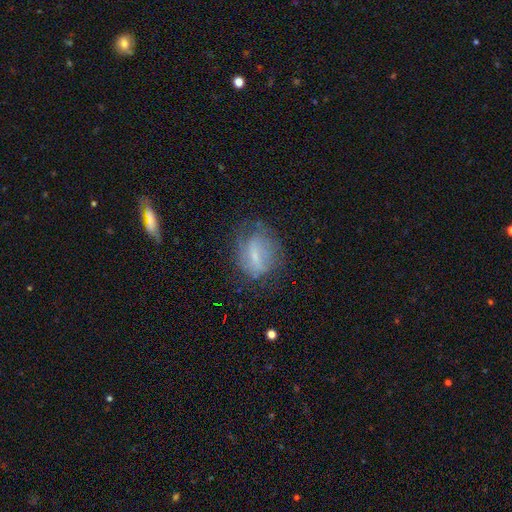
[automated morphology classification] Smooth or featured? featured or disk (50%)
Merging? none (56%)